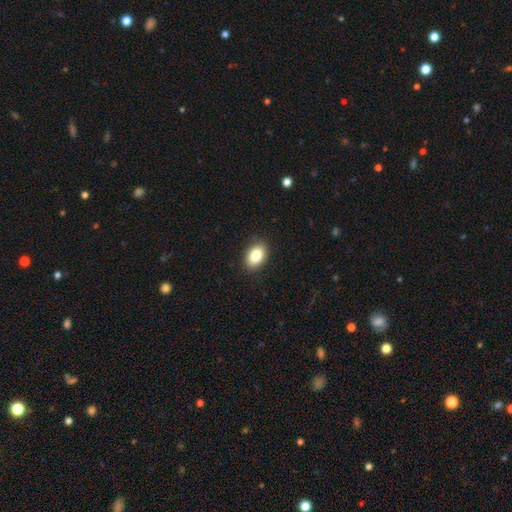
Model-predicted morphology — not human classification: type=smooth (85%); roundness=in between (86%); merging=none (89%).